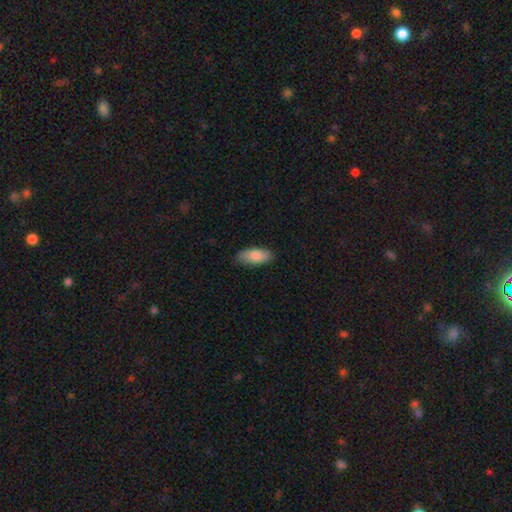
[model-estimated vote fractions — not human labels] Overall: smooth (86%). How rounded: in between (87%). Merging: none (85%).